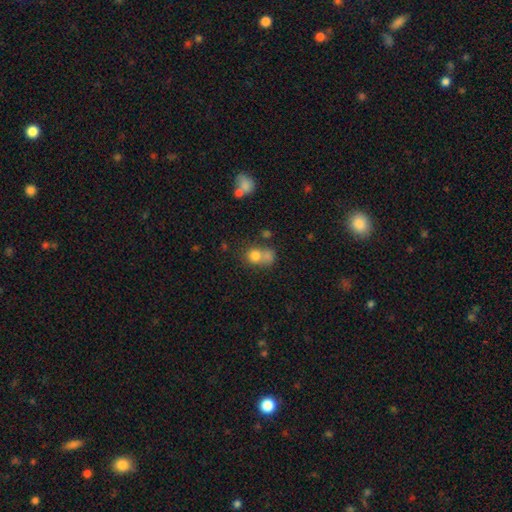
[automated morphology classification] A smooth galaxy with no disk features (75%) that is round (71%). Merging: merger (46%).